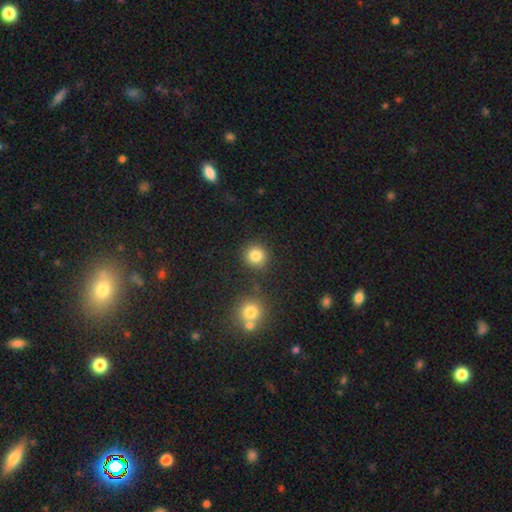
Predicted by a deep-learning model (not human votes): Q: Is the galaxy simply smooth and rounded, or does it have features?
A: smooth — 83%.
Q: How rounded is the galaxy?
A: round — 93%.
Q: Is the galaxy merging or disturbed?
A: none — 86%.